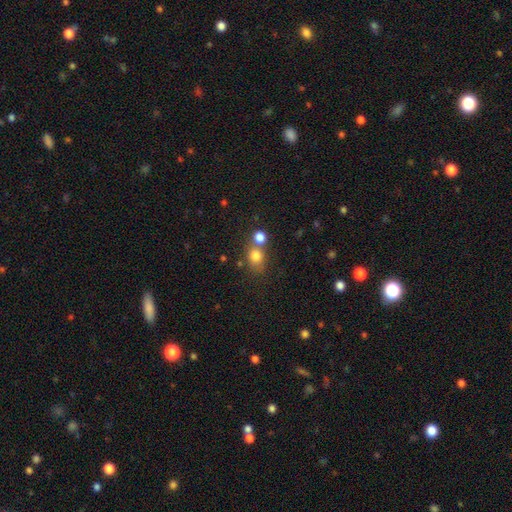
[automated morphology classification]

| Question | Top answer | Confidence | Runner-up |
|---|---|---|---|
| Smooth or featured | smooth | 79% | star or artifact (12%) |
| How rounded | round | 61% | in between (38%) |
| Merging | none | 51% | merger (33%) |